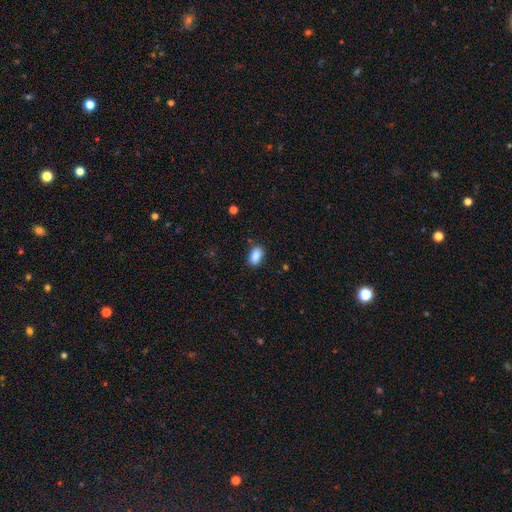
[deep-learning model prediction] The model was most divided on "merging": none: 83%, minor disturbance: 13%, major disturbance: 3%, merger: 2%. More confident: how rounded — in between (89%); smooth or featured — smooth (88%).